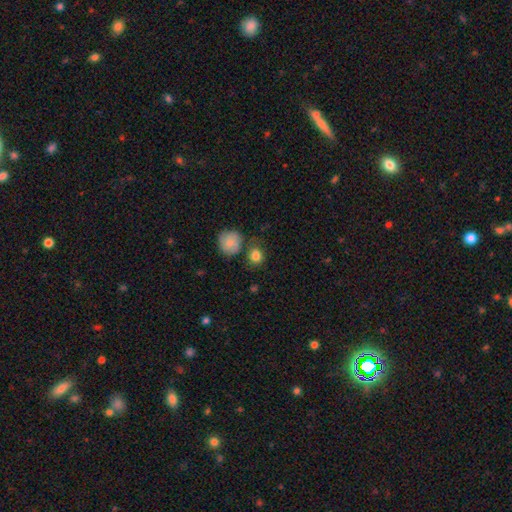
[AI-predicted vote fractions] smooth_or_featured: smooth (p=0.84) [alt: star or artifact p=0.09]
how_rounded: round (p=0.76) [alt: in between p=0.23]
merging: none (p=0.64) [alt: merger p=0.17]